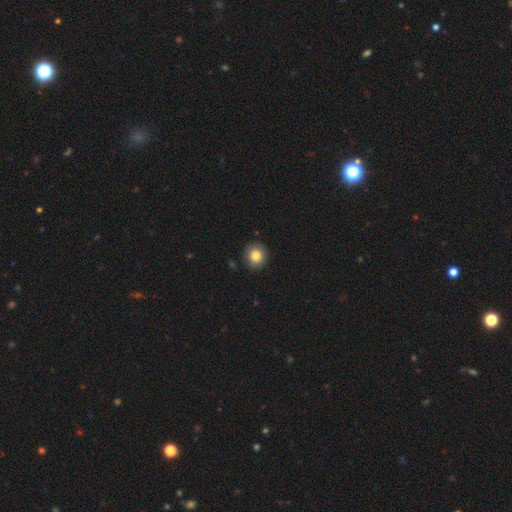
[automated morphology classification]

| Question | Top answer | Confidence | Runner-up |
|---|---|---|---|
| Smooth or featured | smooth | 84% | star or artifact (9%) |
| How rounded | round | 89% | in between (10%) |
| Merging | none | 89% | minor disturbance (8%) |